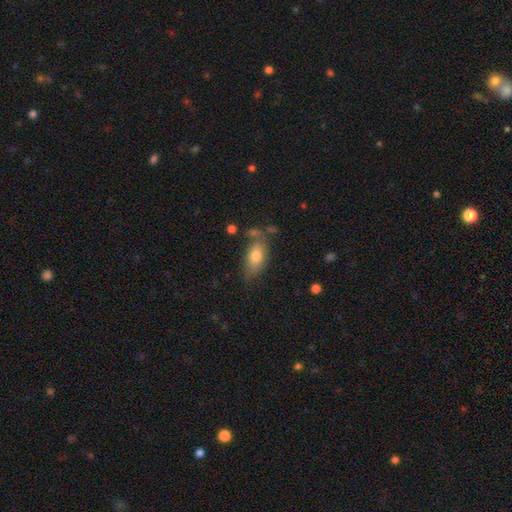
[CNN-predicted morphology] A smooth galaxy with no disk features (74%) that is in between round and cigar-shaped (86%).

Vote fractions:
- Smooth or featured? smooth: 74% / featured or disk: 18% / star or artifact: 8%
- How rounded? in between: 86% / cigar-shaped: 9% / round: 5%
- Merging? none: 64% / minor disturbance: 21% / merger: 8% / major disturbance: 7%